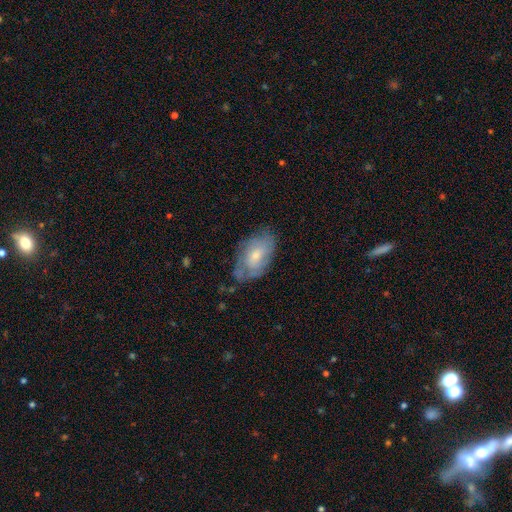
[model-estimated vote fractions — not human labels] Morphology: type=smooth (52%); roundness=in between (91%); merging=none (54%).